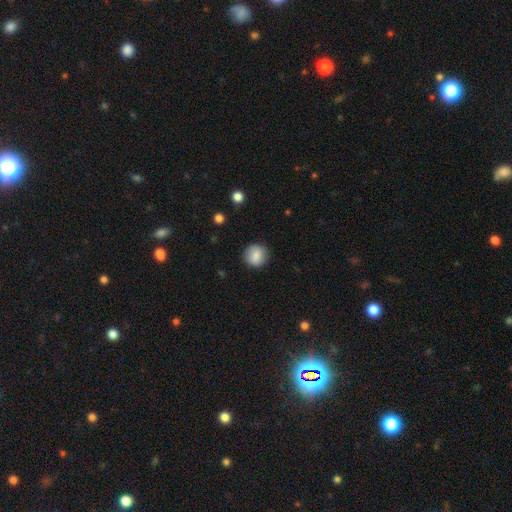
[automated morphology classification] type=smooth (85%); roundness=round (92%); merging=none (89%).